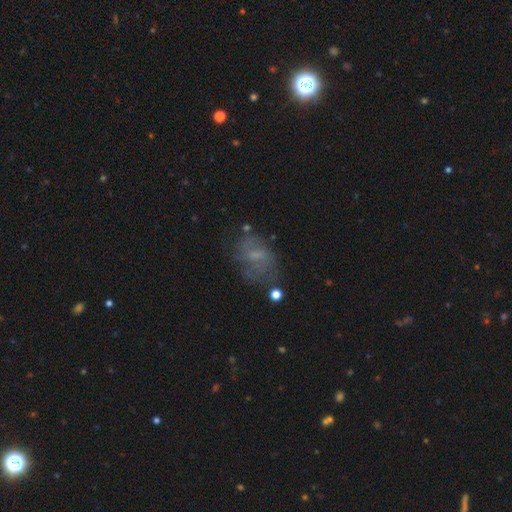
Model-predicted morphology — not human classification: featured or disk 47%, smooth 37%, star or artifact 16%. Down the decision tree: merging — none (57%).